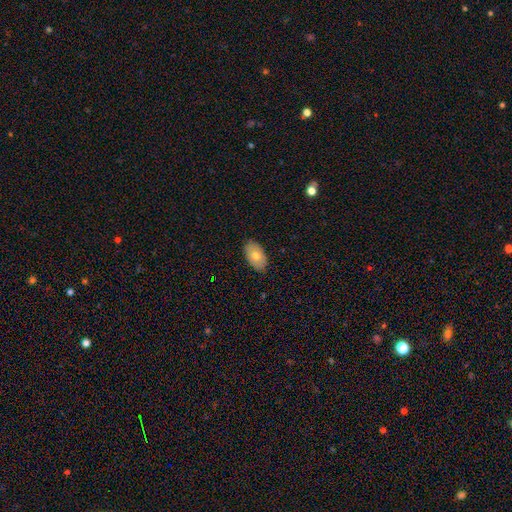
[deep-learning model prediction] smooth-or-featured: smooth: 71% | featured or disk: 22% | star or artifact: 7%
  how-rounded: in between: 93% | round: 5% | cigar-shaped: 2%
  merging: none: 87% | minor disturbance: 10% | major disturbance: 2% | merger: 1%